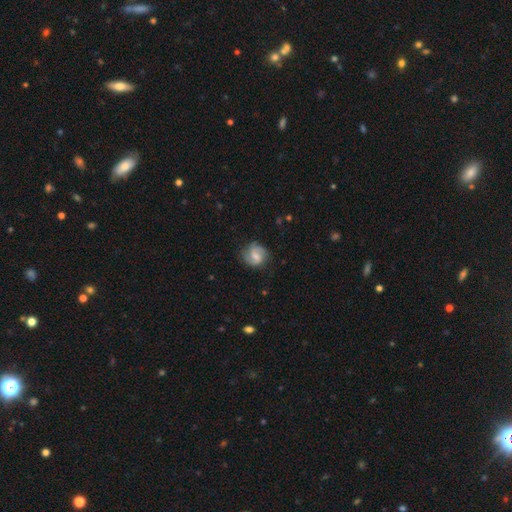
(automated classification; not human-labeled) This appears to be a featured or disk galaxy (65%) with a weak bar (51%), 2 (76%) medium (47%) spiral arms (93%) and a moderate central bulge (44%). Merging: none (73%).